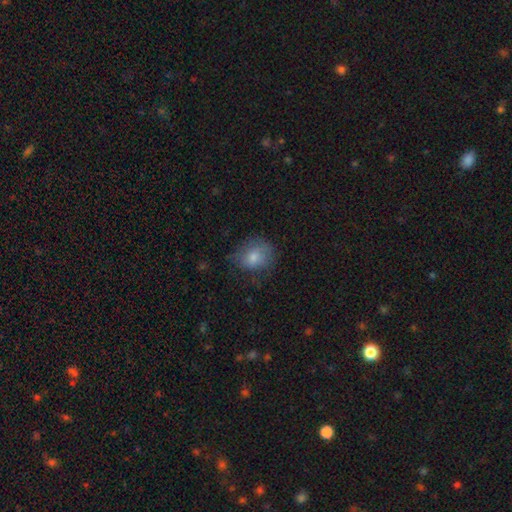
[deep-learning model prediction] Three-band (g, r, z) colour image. It shows a smooth galaxy with no disk features (75%) that is round (58%). Merging: none (65%).